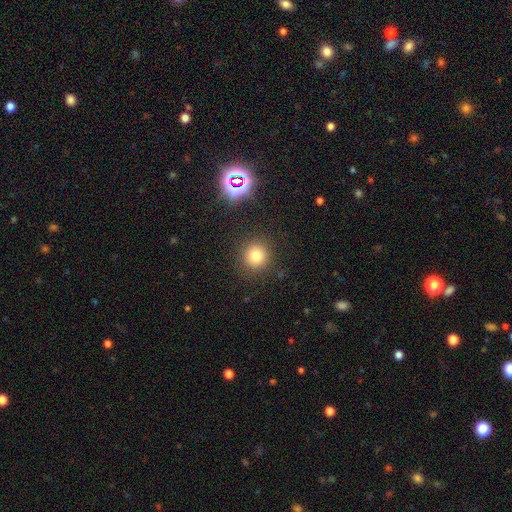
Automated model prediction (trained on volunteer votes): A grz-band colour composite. It shows a smooth galaxy with no disk features (76%) that is round (92%). Merging: none (88%).